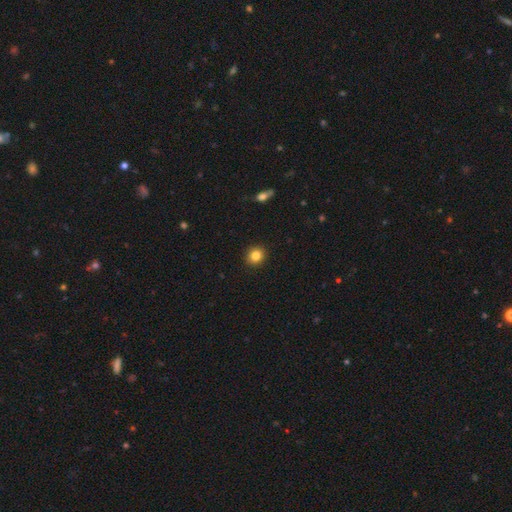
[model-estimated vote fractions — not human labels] Morphology: type=smooth (84%); roundness=round (85%); merging=none (92%).